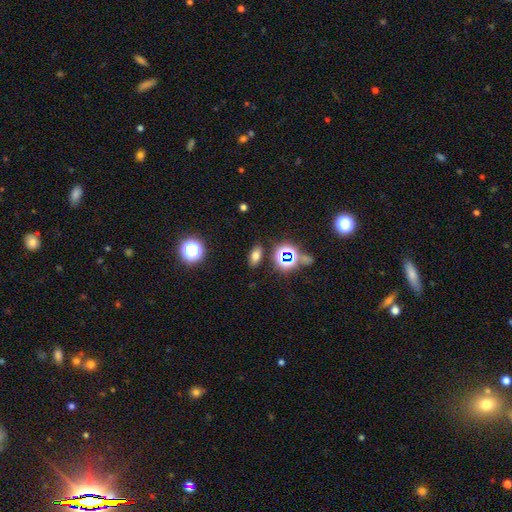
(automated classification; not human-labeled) The model was most divided on "smooth or featured": smooth: 66%, star or artifact: 23%, featured or disk: 11%. More confident: merging — none (86%); how rounded — in between (84%).